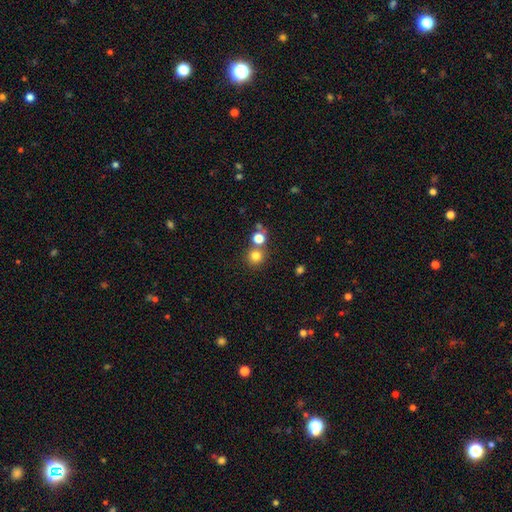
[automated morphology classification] Smooth or featured: smooth — 77% (star or artifact — 16%)
How rounded: round — 91% (in between — 8%)
Merging: none — 67% (merger — 24%)